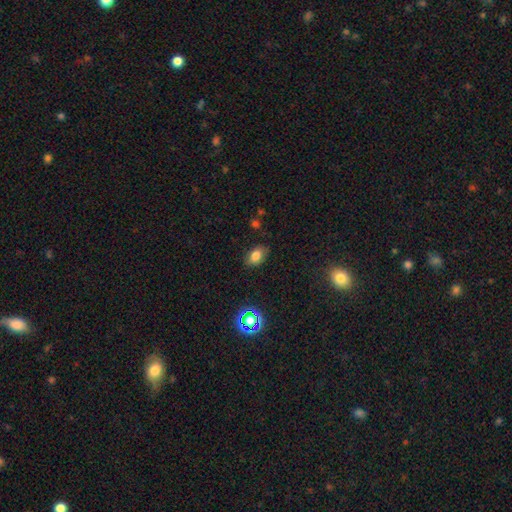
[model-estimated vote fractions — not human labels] Smooth or featured? smooth (78%)
How rounded? in between (84%)
Merging? none (82%)